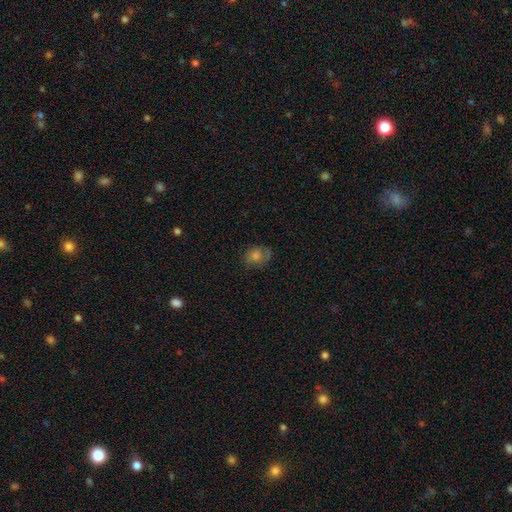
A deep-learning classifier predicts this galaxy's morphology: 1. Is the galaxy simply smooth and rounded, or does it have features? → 54% smooth, 28% featured or disk, 18% star or artifact.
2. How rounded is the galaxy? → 52% round, 47% in between, 1% cigar-shaped.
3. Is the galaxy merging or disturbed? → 65% none, 22% minor disturbance, 11% major disturbance, 2% merger.